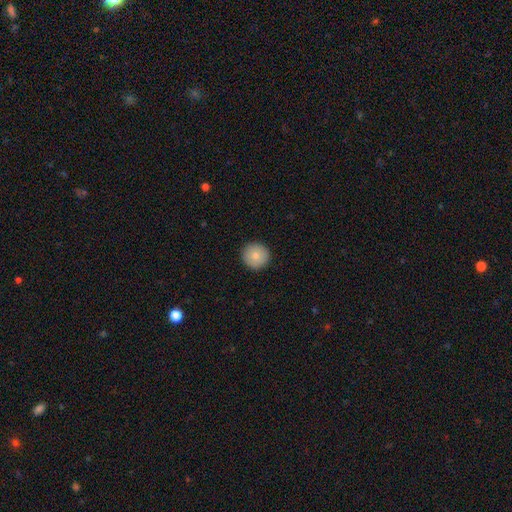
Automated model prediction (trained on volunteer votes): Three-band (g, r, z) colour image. It shows a smooth galaxy with no disk features (82%) that is round (95%). Merging: none (93%).